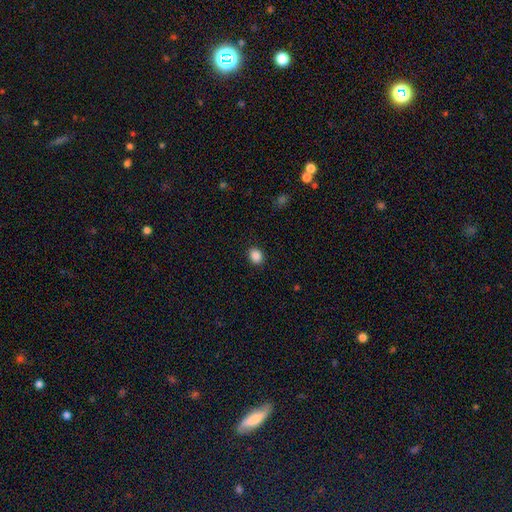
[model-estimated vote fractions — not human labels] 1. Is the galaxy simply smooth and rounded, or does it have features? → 88% smooth, 9% star or artifact, 3% featured or disk.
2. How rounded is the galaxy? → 59% round, 40% in between, 1% cigar-shaped.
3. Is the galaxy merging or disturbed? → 91% none, 6% minor disturbance, 2% major disturbance, 1% merger.